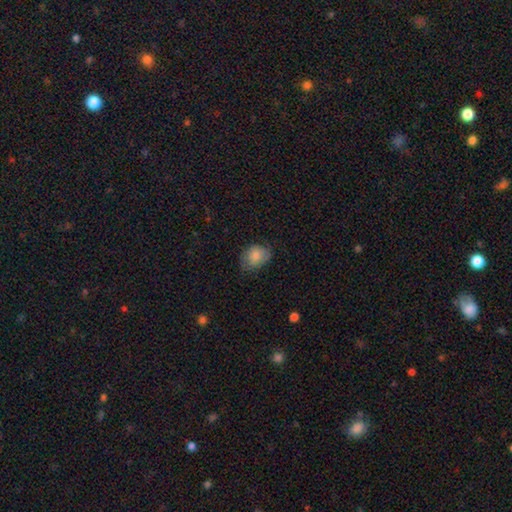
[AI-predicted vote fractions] smooth_or_featured: smooth (p=0.82) [alt: featured or disk p=0.10]
how_rounded: in between (p=0.60) [alt: round p=0.39]
merging: none (p=0.65) [alt: minor disturbance p=0.27]